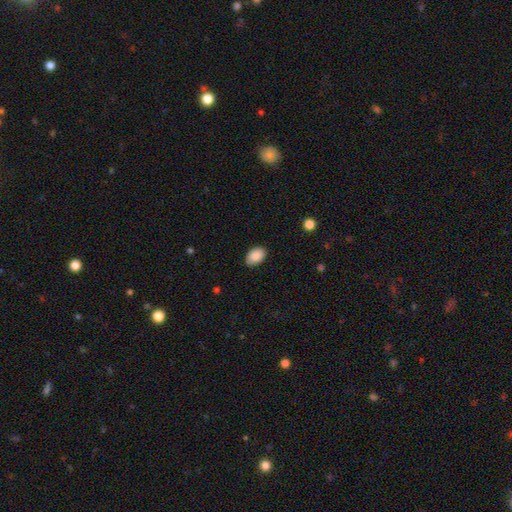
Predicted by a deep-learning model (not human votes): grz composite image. It shows a smooth galaxy with no disk features (90%) that is in between round and cigar-shaped (86%). Merging: none (84%).